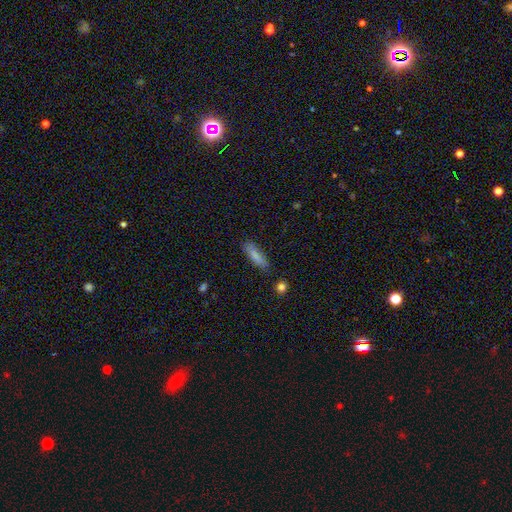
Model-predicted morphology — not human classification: Smooth or featured? Predicted: smooth (p=0.82). How rounded? Predicted: cigar-shaped (p=0.60). Merging? Predicted: none (p=0.83).